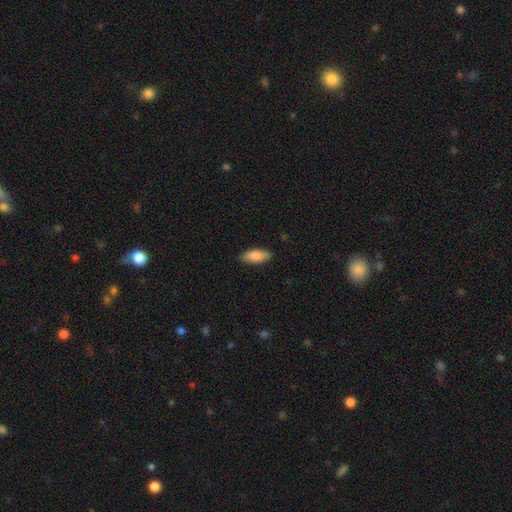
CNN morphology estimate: This is clearly a smooth galaxy (87%). How rounded: likely in between (78%). Merging: clearly none (88%).